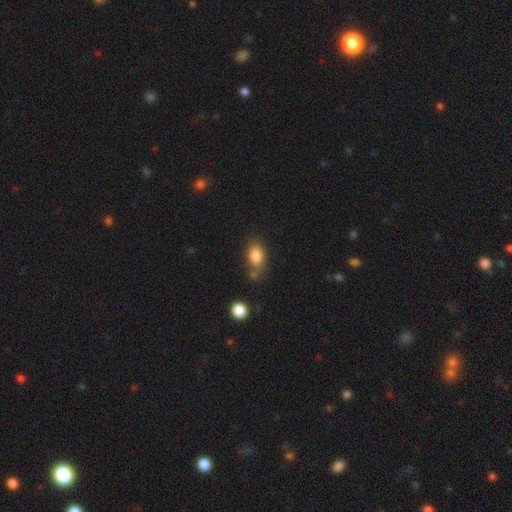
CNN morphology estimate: smooth 83%, star or artifact 9%, featured or disk 8%. Down the decision tree: how rounded — in between (81%); merging — none (65%).